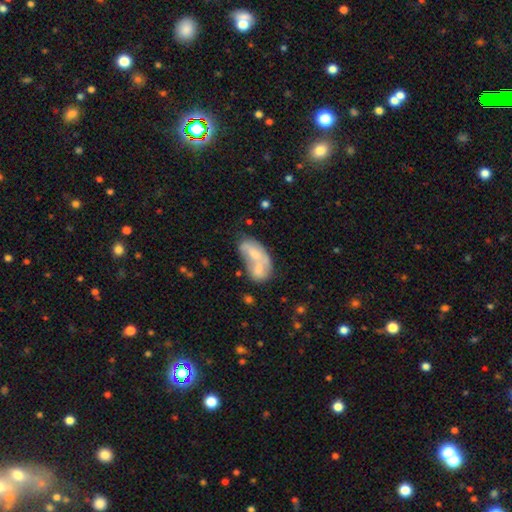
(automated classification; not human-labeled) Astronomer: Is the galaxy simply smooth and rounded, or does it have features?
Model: smooth — 51% (runner-up: featured or disk, 41%).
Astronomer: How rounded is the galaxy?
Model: in between — 88%.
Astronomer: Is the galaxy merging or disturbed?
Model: merger — 65%.